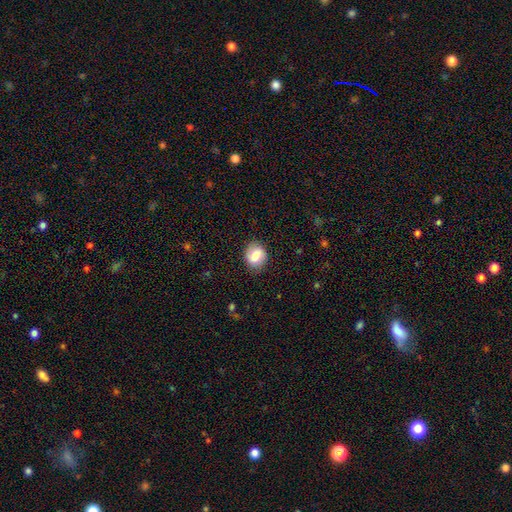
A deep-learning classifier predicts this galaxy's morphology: A smooth galaxy with no disk features (68%) that is round (52%). Merging: none (81%).